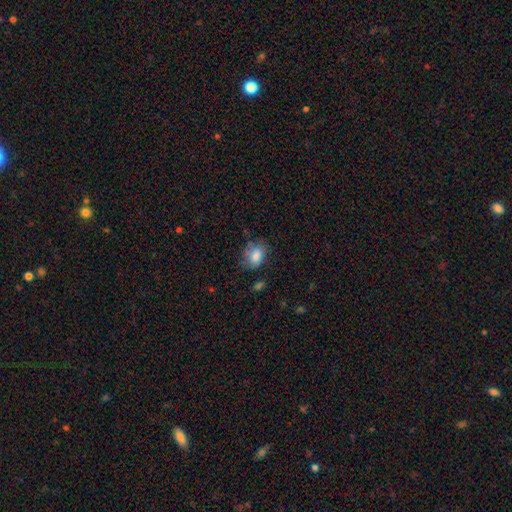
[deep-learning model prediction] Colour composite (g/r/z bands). It shows a smooth galaxy with no disk features (79%) that is in between round and cigar-shaped (73%). Merging: none (58%).